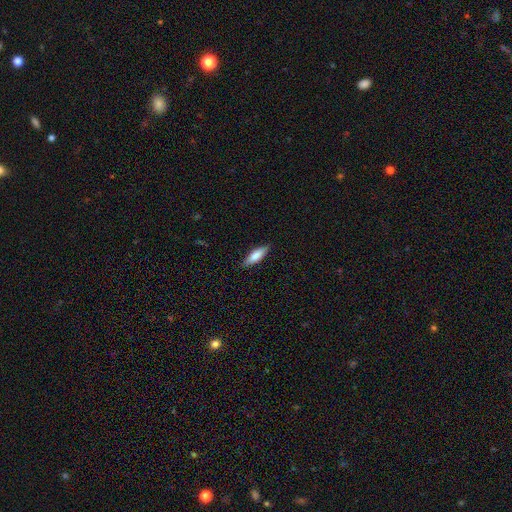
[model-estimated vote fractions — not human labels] Smooth or featured? smooth (76%)
How rounded? in between (50%)
Merging? none (85%)